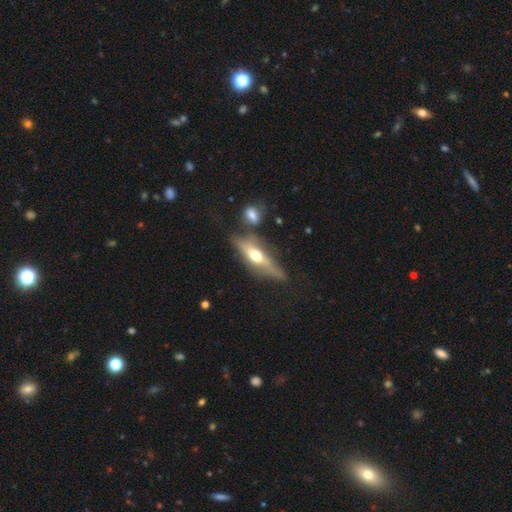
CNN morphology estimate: The model was most divided on "smooth or featured": featured or disk: 60%, smooth: 33%, star or artifact: 7%. More confident: edge-on disk — yes (82%); merging — none (55%).